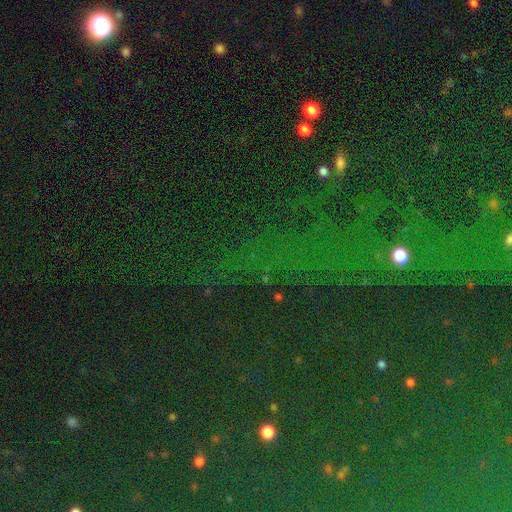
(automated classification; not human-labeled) star or artifact 82%, smooth 10%, featured or disk 8%.